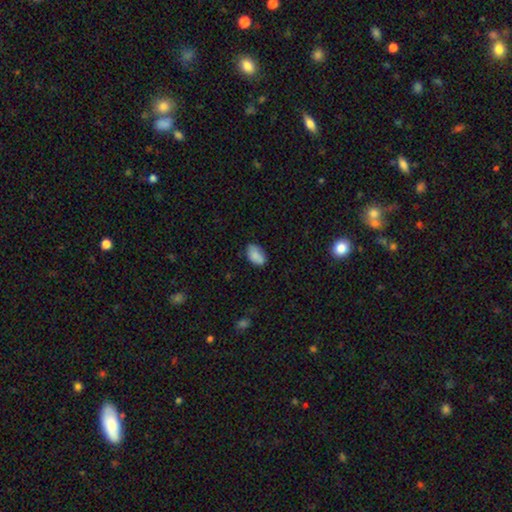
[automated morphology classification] smooth_or_featured: smooth (p=0.84) [alt: featured or disk p=0.08]
how_rounded: in between (p=0.92) [alt: round p=0.06]
merging: none (p=0.70) [alt: minor disturbance p=0.23]